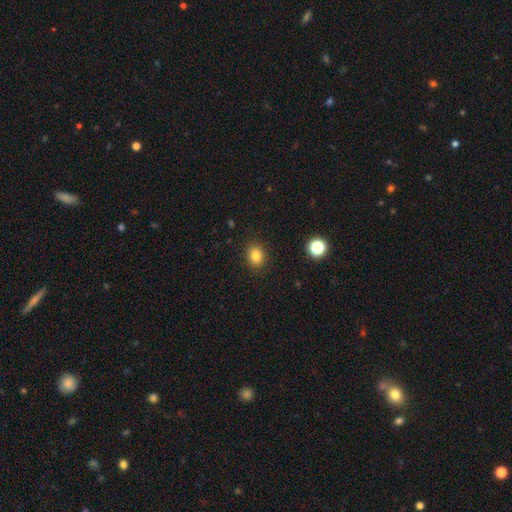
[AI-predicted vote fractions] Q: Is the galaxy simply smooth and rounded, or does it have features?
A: smooth — 83%.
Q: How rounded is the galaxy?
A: in between — 54%.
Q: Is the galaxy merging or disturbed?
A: none — 88%.